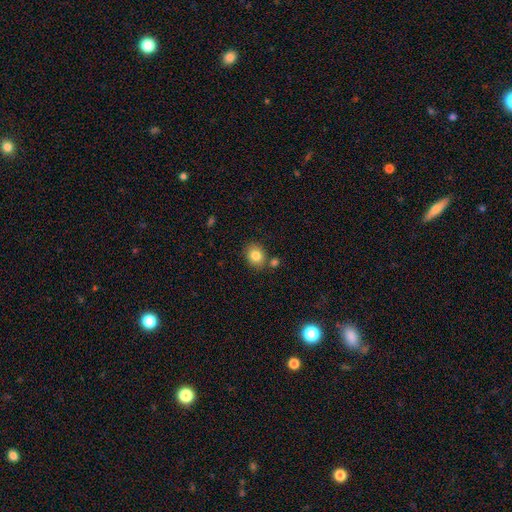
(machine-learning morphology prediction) Smooth or featured: smooth — 84% (star or artifact — 9%)
How rounded: round — 61% (in between — 38%)
Merging: none — 74% (minor disturbance — 11%)